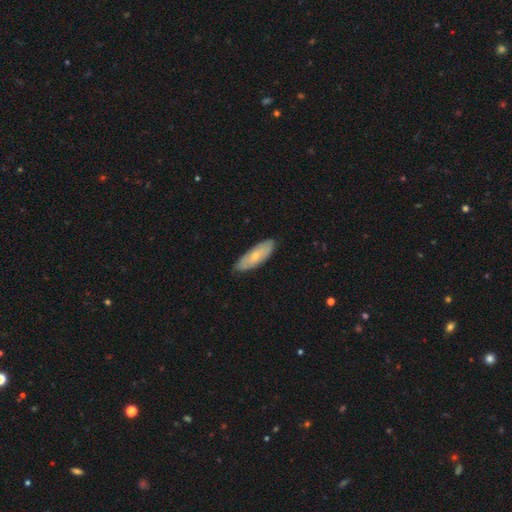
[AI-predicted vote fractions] Smooth or featured: smooth — 61% (featured or disk — 34%)
How rounded: in between — 62% (cigar-shaped — 36%)
Merging: none — 84% (minor disturbance — 13%)